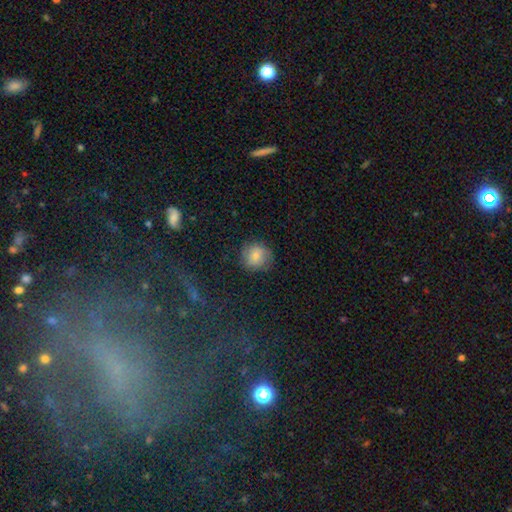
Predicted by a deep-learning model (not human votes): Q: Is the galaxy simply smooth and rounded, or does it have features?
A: smooth — 70%.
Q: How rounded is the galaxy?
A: round — 90%.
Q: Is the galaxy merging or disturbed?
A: none — 78%.